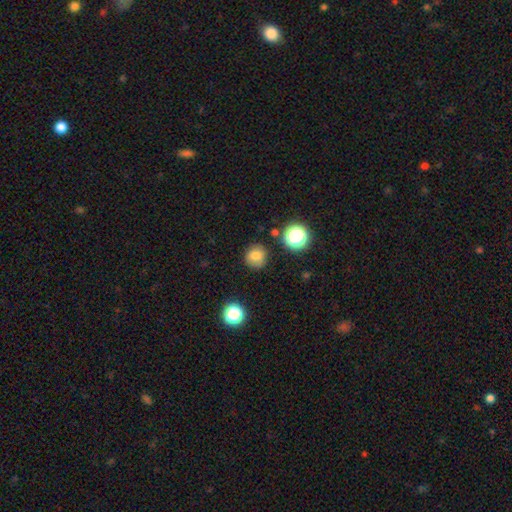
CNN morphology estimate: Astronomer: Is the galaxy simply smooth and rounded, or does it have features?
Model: smooth — 79%.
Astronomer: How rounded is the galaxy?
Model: round — 90%.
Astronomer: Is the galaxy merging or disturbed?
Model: none — 84%.